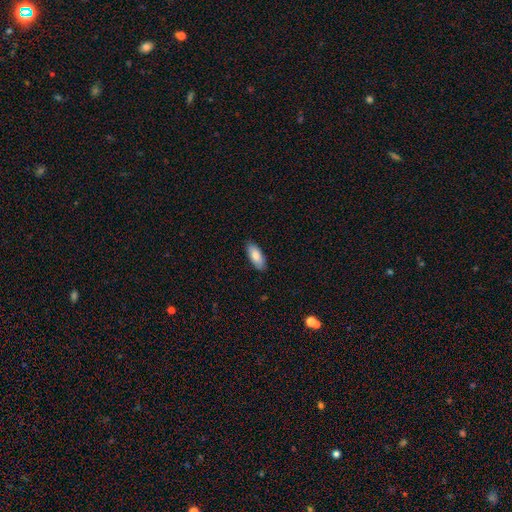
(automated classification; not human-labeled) The model was most divided on "how rounded": in between: 84%, cigar-shaped: 14%, round: 2%. More confident: merging — none (88%); smooth or featured — smooth (83%).